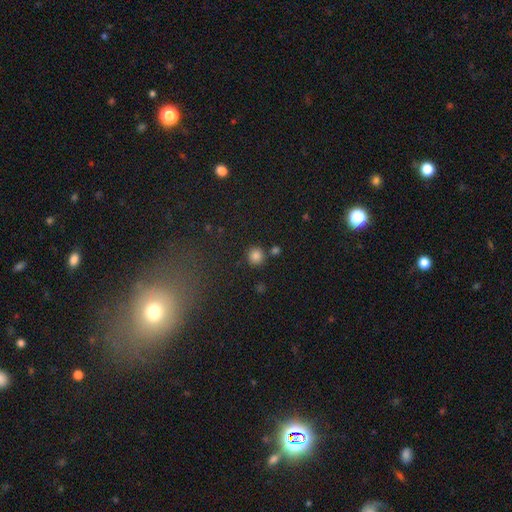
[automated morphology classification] Overall: smooth (83%). How rounded: round (92%). Merging: none (81%).